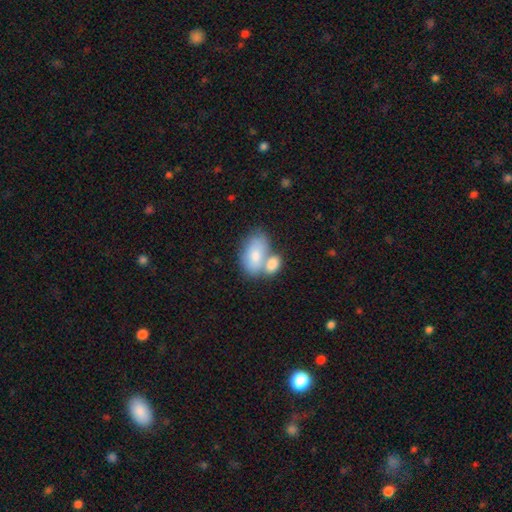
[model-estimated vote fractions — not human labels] A smooth galaxy with no disk features (74%) that is in between round and cigar-shaped (90%). Merging: merger (57%).